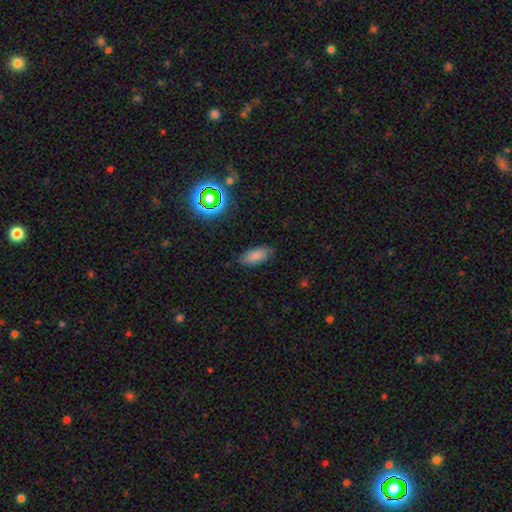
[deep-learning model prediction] smooth 82%, star or artifact 11%, featured or disk 8%. Down the decision tree: how rounded — in between (85%); merging — none (83%).